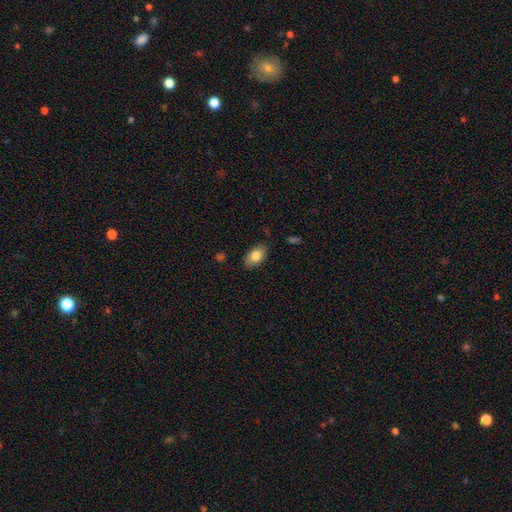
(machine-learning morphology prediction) smooth-or-featured: smooth: 82% | featured or disk: 11% | star or artifact: 7%
  how-rounded: in between: 91% | round: 8% | cigar-shaped: 2%
  merging: none: 84% | minor disturbance: 13% | major disturbance: 3% | merger: 1%